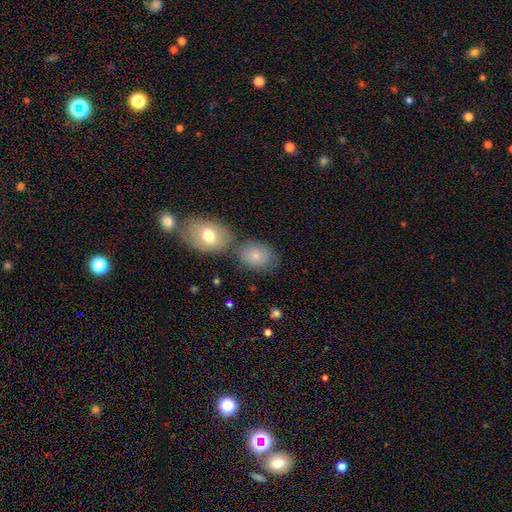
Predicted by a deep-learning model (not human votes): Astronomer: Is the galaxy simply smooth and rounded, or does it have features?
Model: smooth — 79%.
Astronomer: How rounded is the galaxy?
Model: in between — 66%.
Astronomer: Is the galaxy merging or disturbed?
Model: none — 57%.